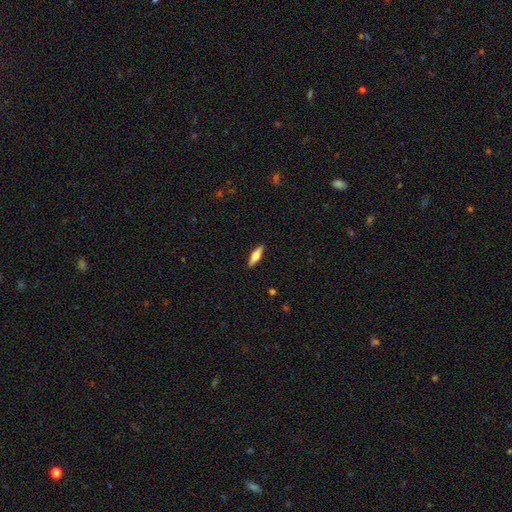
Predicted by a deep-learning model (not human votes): A smooth galaxy with no disk features (58%) that is cigar-shaped (52%). Merging: none (90%).